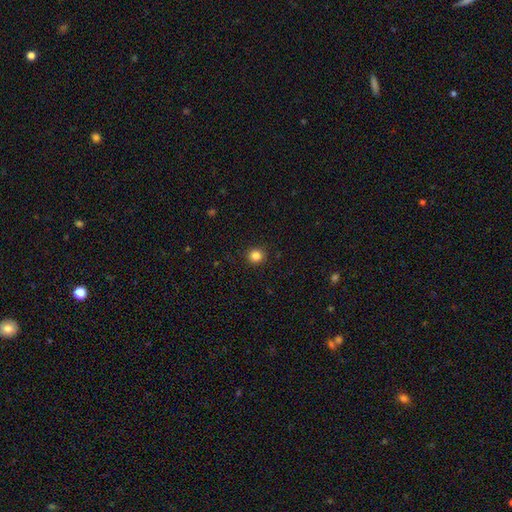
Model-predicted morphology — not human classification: type=smooth (84%); roundness=round (91%); merging=none (92%).